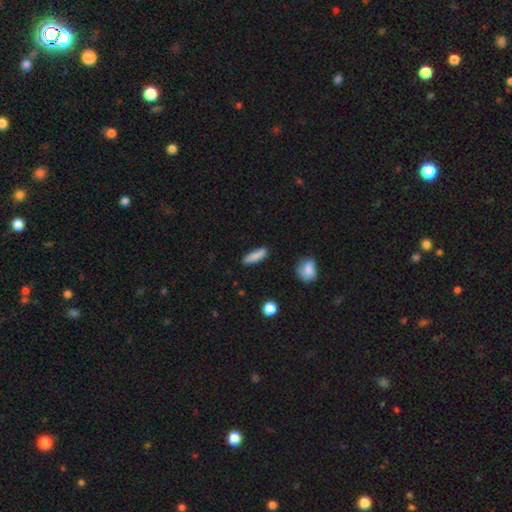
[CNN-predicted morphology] This appears to be a smooth galaxy with no disk features (85%) that is cigar-shaped (64%). Merging: none (81%).